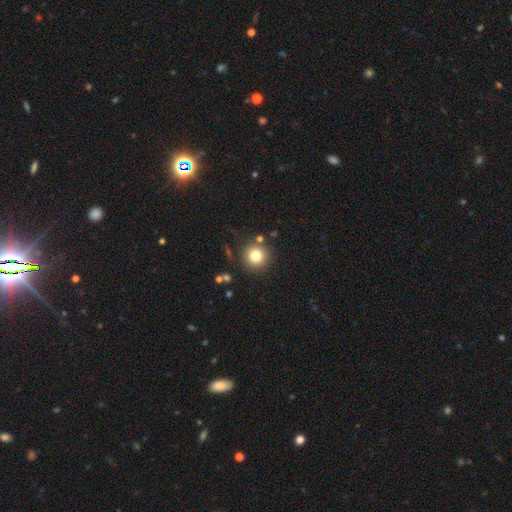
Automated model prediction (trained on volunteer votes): Overall: smooth (79%). How rounded: round (95%). Merging: none (85%).